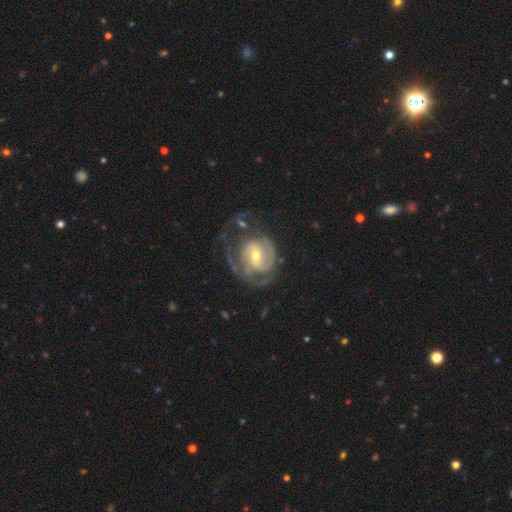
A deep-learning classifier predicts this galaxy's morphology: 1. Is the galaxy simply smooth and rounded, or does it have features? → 85% featured or disk, 10% smooth, 5% star or artifact.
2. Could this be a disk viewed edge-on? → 97% no, 3% yes.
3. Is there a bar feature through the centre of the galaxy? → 45% weak, 38% no, 18% strong.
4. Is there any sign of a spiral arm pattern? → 93% yes, 7% no.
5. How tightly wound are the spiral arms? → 53% tight, 35% medium, 12% loose.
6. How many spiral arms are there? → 48% 2, 22% can't tell, 14% 3, 9% 1, 4% 4, 3% more than 4.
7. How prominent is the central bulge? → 52% moderate, 43% small, 3% large, 1% none, 1% dominant.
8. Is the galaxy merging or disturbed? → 48% none, 29% major disturbance, 20% minor disturbance, 3% merger.